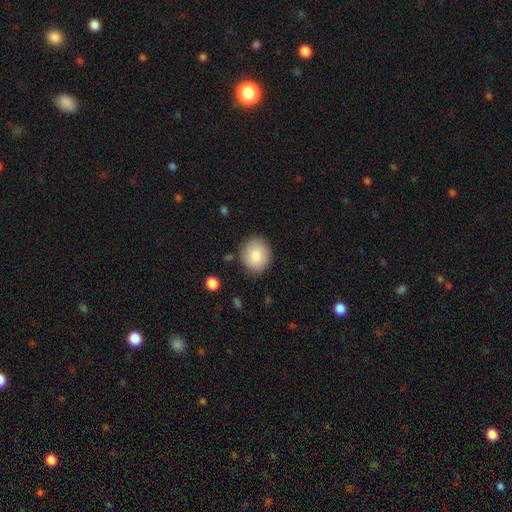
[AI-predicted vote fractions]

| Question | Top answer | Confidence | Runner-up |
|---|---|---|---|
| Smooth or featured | smooth | 81% | featured or disk (11%) |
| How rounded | round | 70% | in between (29%) |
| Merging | none | 82% | minor disturbance (13%) |